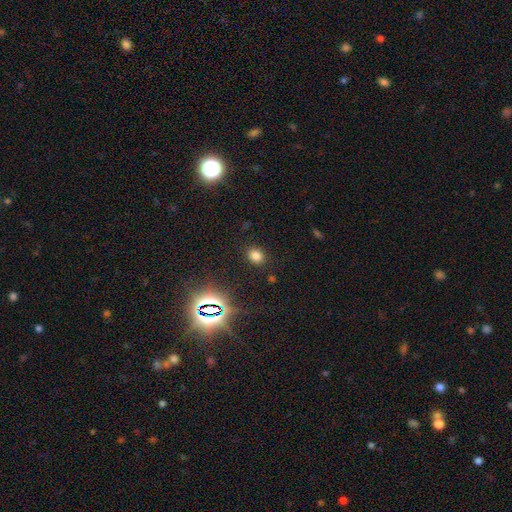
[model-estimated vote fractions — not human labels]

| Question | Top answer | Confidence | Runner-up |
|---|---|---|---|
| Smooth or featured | smooth | 74% | star or artifact (20%) |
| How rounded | round | 51% | in between (47%) |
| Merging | none | 87% | minor disturbance (8%) |